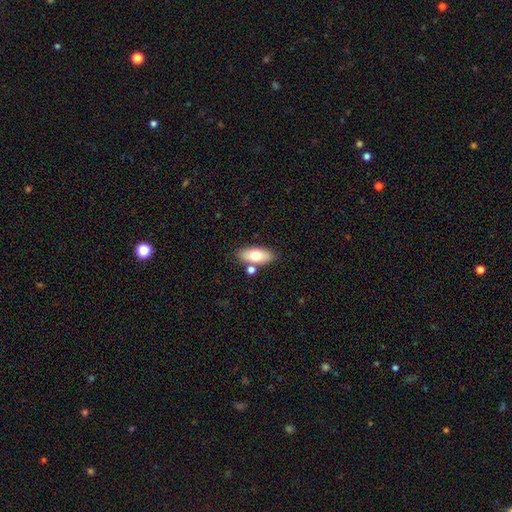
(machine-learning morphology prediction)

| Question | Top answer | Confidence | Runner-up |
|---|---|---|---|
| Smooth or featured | smooth | 74% | featured or disk (19%) |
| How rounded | in between | 85% | cigar-shaped (12%) |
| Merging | none | 76% | merger (11%) |